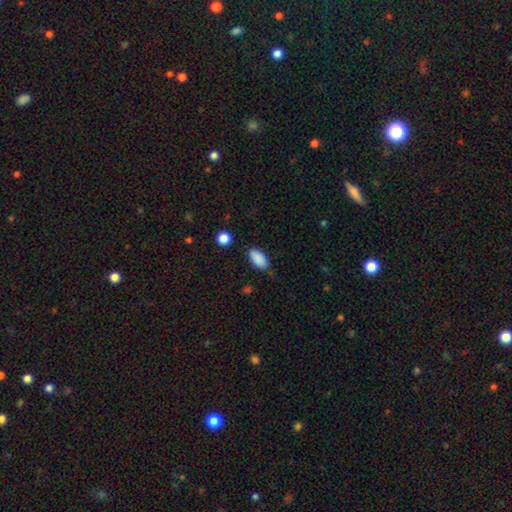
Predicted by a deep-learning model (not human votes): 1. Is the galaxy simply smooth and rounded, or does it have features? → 89% smooth, 7% star or artifact, 4% featured or disk.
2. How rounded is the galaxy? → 92% in between, 5% cigar-shaped, 3% round.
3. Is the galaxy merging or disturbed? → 79% none, 16% minor disturbance, 3% major disturbance, 2% merger.